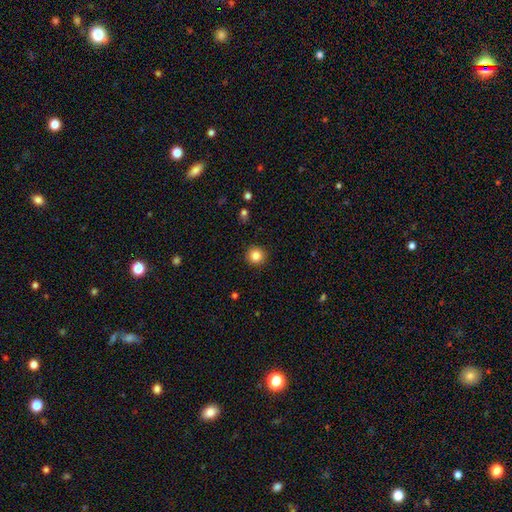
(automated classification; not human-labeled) The model was most divided on "smooth or featured": smooth: 85%, star or artifact: 10%, featured or disk: 5%. More confident: how rounded — round (94%); merging — none (92%).